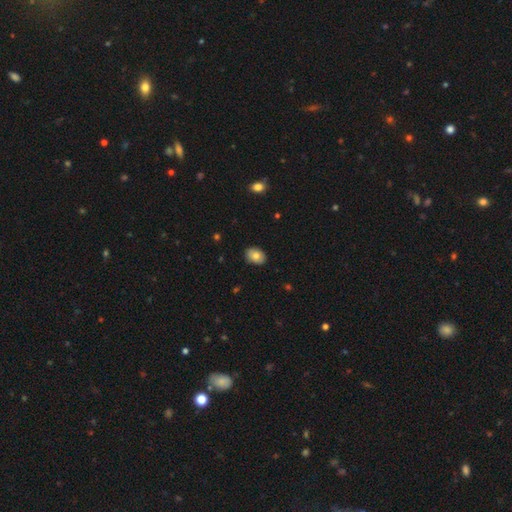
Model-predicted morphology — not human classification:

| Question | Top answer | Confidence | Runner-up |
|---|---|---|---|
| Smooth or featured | smooth | 78% | featured or disk (14%) |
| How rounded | in between | 80% | round (19%) |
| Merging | none | 87% | minor disturbance (10%) |